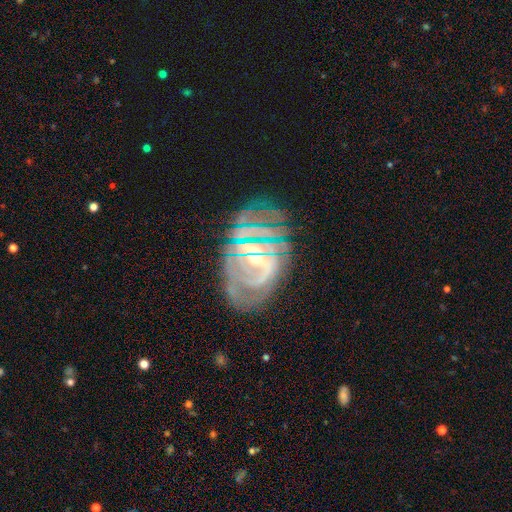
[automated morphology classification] Q: Smooth or featured?
A: featured or disk (78%); runner-up: star or artifact (12%)
Q: Edge-on disk?
A: no (96%); runner-up: yes (4%)
Q: Bar?
A: weak (40%); runner-up: no (36%)
Q: Spiral arms?
A: yes (85%); runner-up: no (15%)
Q: Spiral winding?
A: tight (58%); runner-up: medium (30%)
Q: Spiral arm count?
A: can't tell (38%); runner-up: 2 (27%)
Q: Bulge size?
A: small (60%); runner-up: moderate (32%)
Q: Merging?
A: none (66%); runner-up: minor disturbance (19%)